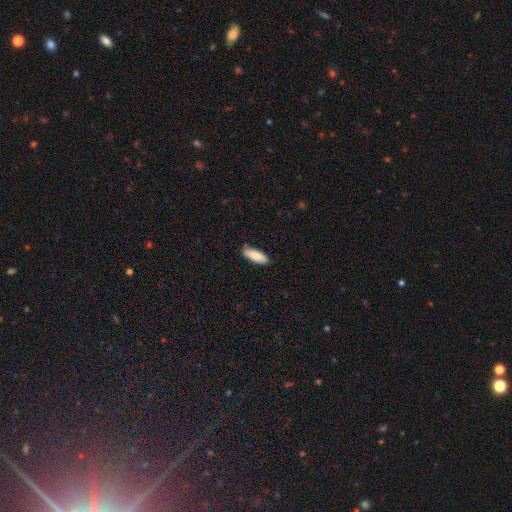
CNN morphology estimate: smooth_or_featured: smooth (p=0.83) [alt: featured or disk p=0.11]
how_rounded: in between (p=0.70) [alt: cigar-shaped p=0.28]
merging: none (p=0.86) [alt: minor disturbance p=0.11]